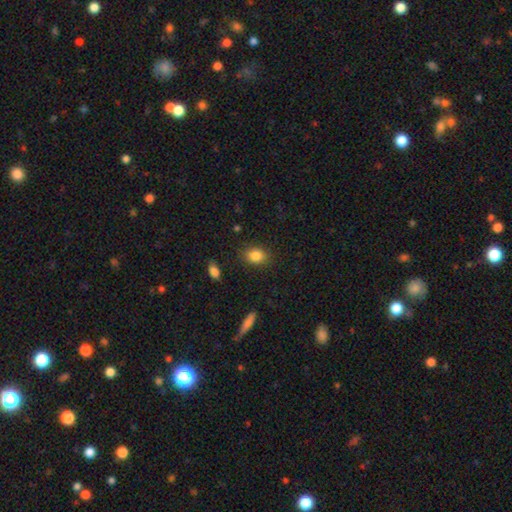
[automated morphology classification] smooth-or-featured: smooth: 85% | star or artifact: 9% | featured or disk: 6%
  how-rounded: in between: 65% | round: 33% | cigar-shaped: 1%
  merging: none: 85% | minor disturbance: 11% | major disturbance: 3% | merger: 2%